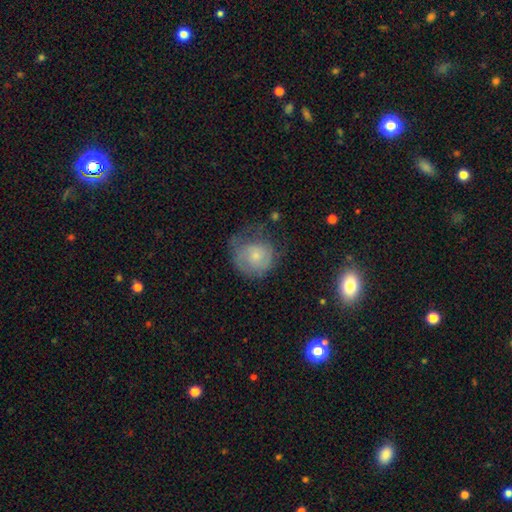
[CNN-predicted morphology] The model was most divided on "smooth or featured": smooth: 51%, featured or disk: 41%, star or artifact: 8%. Remaining: how rounded — round (83%); merging — none (46%).